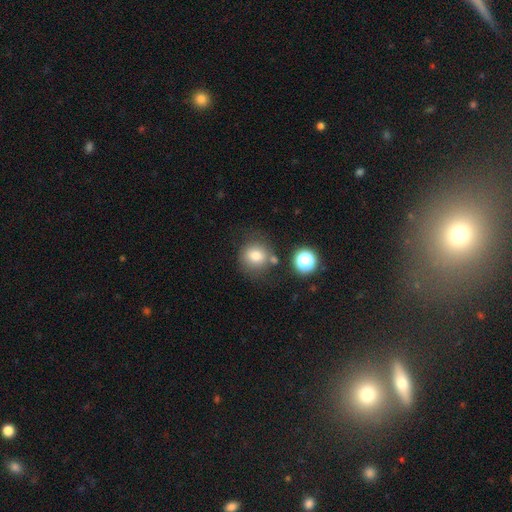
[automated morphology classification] type=smooth (77%); roundness=round (88%); merging=none (70%).